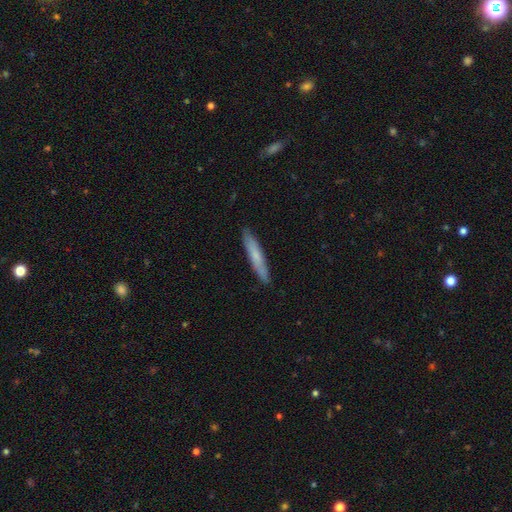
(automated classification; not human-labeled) Smooth or featured? smooth (67%)
How rounded? cigar-shaped (93%)
Merging? none (89%)